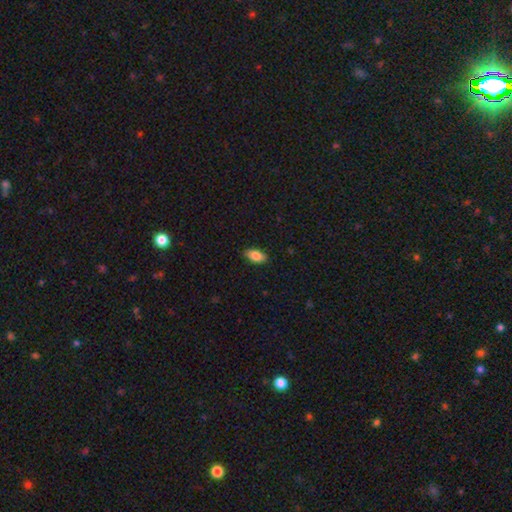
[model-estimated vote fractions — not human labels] The model was most divided on "smooth or featured": smooth: 85%, featured or disk: 7%, star or artifact: 7%. More confident: how rounded — in between (91%); merging — none (88%).